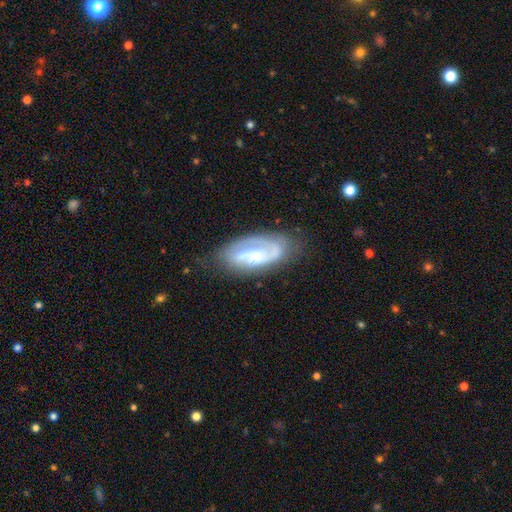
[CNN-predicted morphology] type=featured or disk (81%); edge-on=no (95%); bar=no (48%); spiral arms=yes (92%); winding=medium (43%); arm count=2 (56%); bulge=moderate (47%); merging=none (67%).